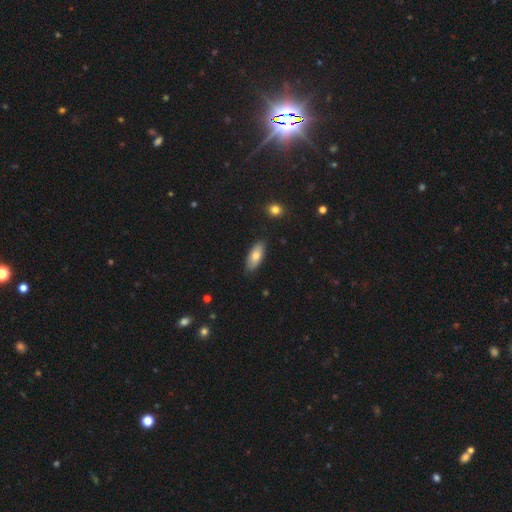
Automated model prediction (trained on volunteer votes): The model was most divided on "smooth or featured": smooth: 77%, featured or disk: 16%, star or artifact: 6%. More confident: merging — none (86%); how rounded — in between (82%).